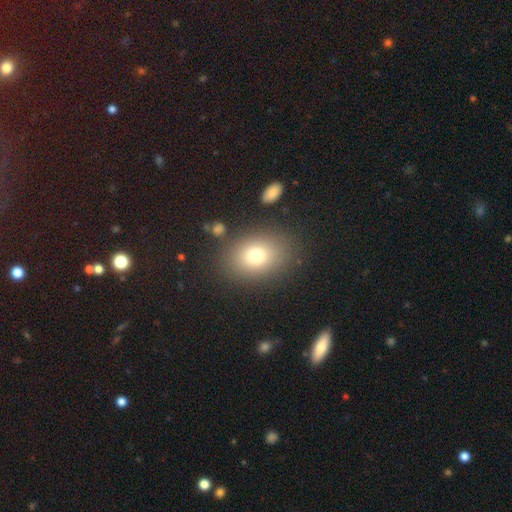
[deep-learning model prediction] Smooth or featured? Predicted: smooth (p=0.76). How rounded? Predicted: in between (p=0.65). Merging? Predicted: none (p=0.82).